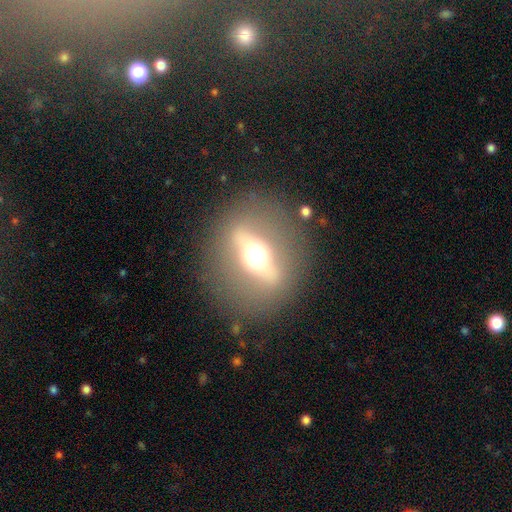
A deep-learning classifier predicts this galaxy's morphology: The model was most divided on "edge-on disk": yes: 53%, no: 47%. More confident: merging — none (84%); smooth or featured — featured or disk (66%).